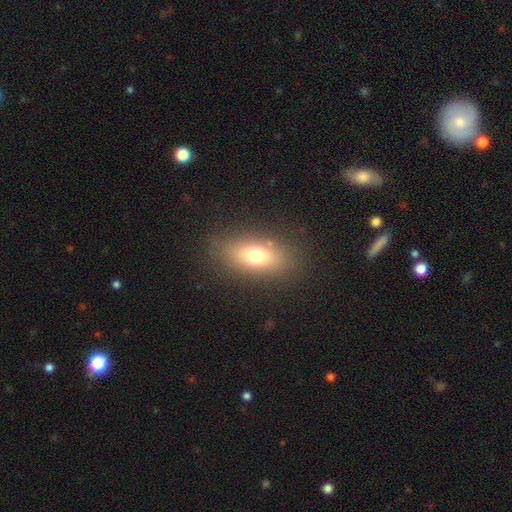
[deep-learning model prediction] Q: Smooth or featured?
A: smooth (72%); runner-up: featured or disk (17%)
Q: How rounded?
A: in between (80%); runner-up: cigar-shaped (10%)
Q: Merging?
A: none (83%); runner-up: minor disturbance (11%)